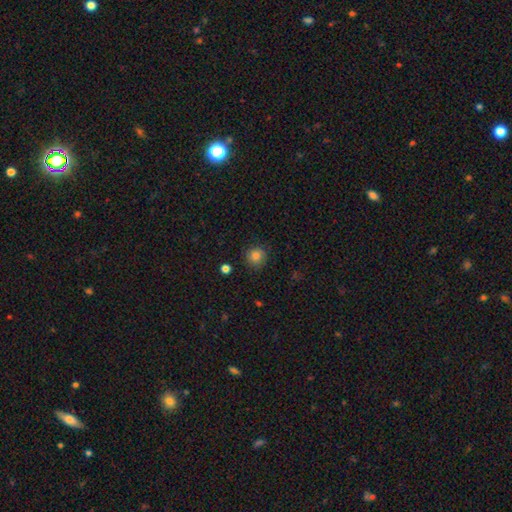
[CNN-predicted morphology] Q: Smooth or featured?
A: smooth (84%); runner-up: star or artifact (11%)
Q: How rounded?
A: round (92%); runner-up: in between (7%)
Q: Merging?
A: none (85%); runner-up: minor disturbance (11%)